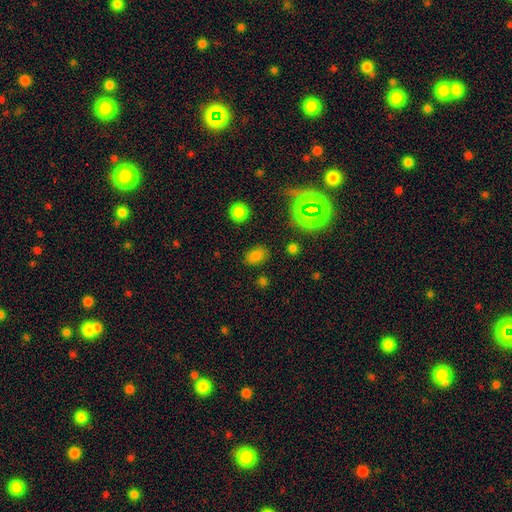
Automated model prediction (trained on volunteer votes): A smooth galaxy with no disk features (73%) that is in between round and cigar-shaped (79%). Merging: none (82%).